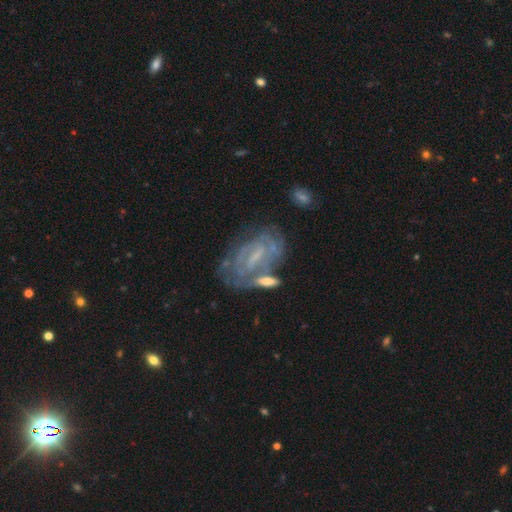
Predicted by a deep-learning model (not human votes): Smooth or featured: featured or disk — 77% (smooth — 14%)
Edge-on disk: no — 95% (yes — 5%)
Bar: weak — 43% (strong — 34%)
Spiral arms: yes — 79% (no — 21%)
Spiral winding: tight — 57% (medium — 32%)
Spiral arm count: can't tell — 43% (2 — 36%)
Bulge size: small — 47% (none — 30%)
Merging: none — 49% (merger — 19%)